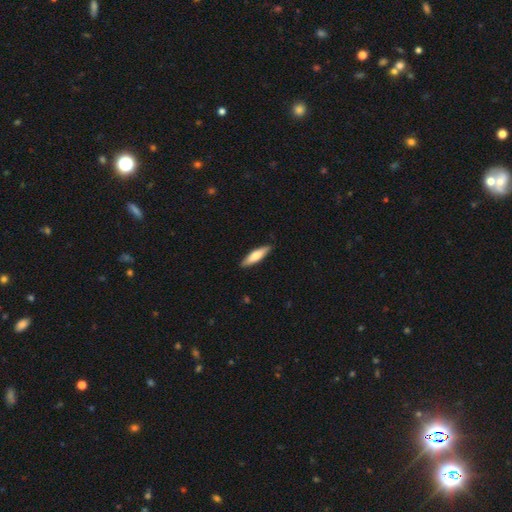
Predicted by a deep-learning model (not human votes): Smooth or featured? smooth (67%)
How rounded? cigar-shaped (69%)
Merging? none (88%)